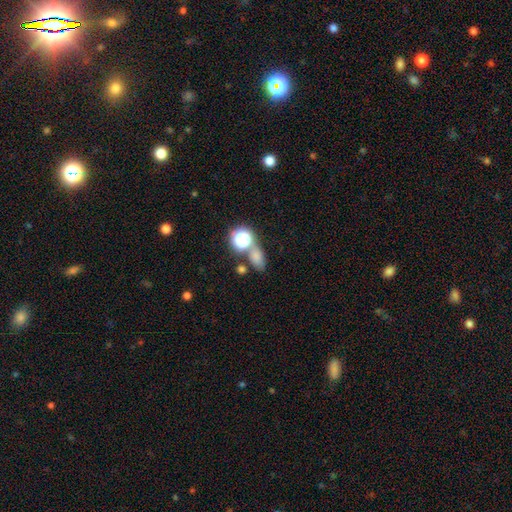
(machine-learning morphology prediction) type=smooth (68%); roundness=in between (64%); merging=none (57%).